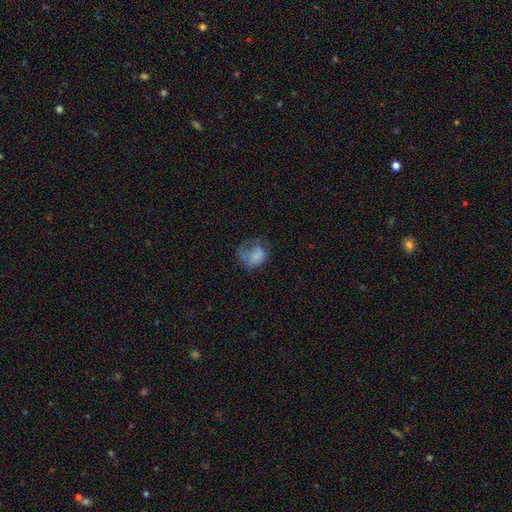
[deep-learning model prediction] smooth-or-featured: smooth: 63% | featured or disk: 27% | star or artifact: 10%
  how-rounded: round: 50% | in between: 49% | cigar-shaped: 1%
  merging: major disturbance: 43% | none: 31% | minor disturbance: 24% | merger: 3%